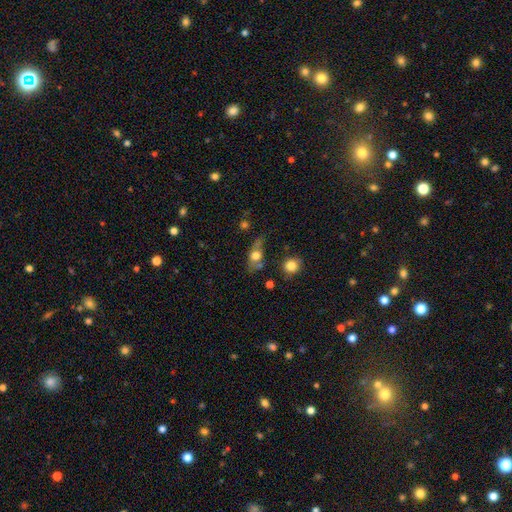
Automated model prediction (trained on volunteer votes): smooth_or_featured: smooth (p=0.60) [alt: featured or disk p=0.30]
how_rounded: in between (p=0.64) [alt: round p=0.24]
merging: none (p=0.48) [alt: minor disturbance p=0.26]